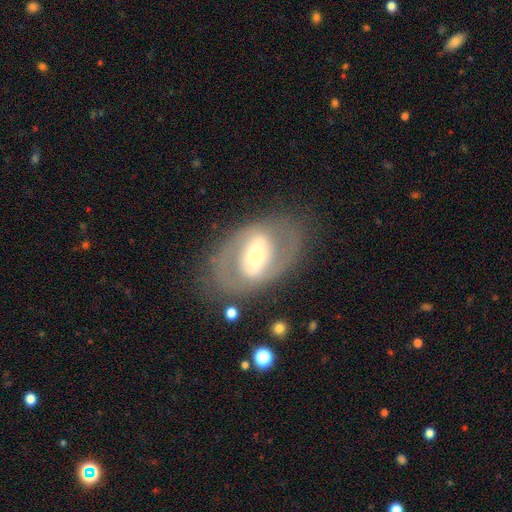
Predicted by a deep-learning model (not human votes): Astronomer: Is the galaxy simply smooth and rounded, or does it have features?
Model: featured or disk — 70%.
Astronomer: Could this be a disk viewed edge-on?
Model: no — 91%.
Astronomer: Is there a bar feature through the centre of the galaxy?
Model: strong — 49% (runner-up: weak, 30%).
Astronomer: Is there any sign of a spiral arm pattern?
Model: no — 63%.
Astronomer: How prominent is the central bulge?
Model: moderate — 53% (runner-up: small, 31%).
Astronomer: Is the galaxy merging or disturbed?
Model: none — 72%.